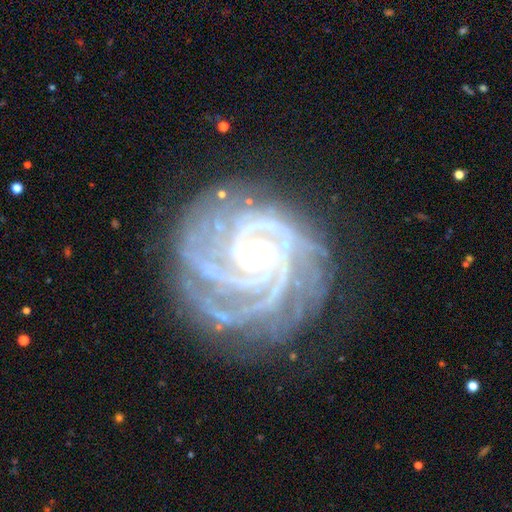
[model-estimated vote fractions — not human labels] Morphology: type=featured or disk (92%); edge-on=no (98%); bar=no (70%); spiral arms=yes (99%); winding=tight (78%); arm count=3 (27%); bulge=small (65%); merging=none (74%).